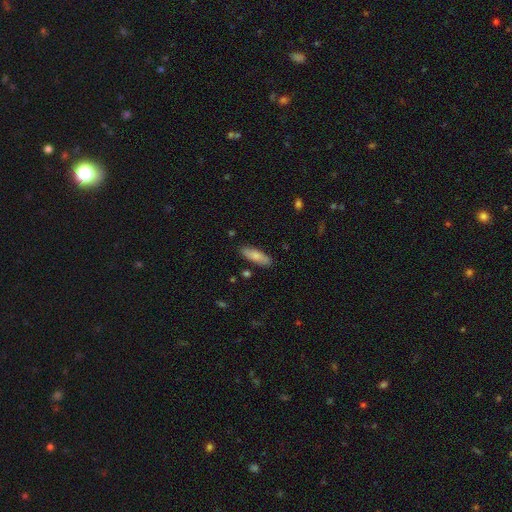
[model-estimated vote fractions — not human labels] A smooth galaxy with no disk features (79%) that is in between round and cigar-shaped (54%).

Vote fractions:
- Smooth or featured? smooth: 79% / featured or disk: 15% / star or artifact: 6%
- How rounded? in between: 54% / cigar-shaped: 45% / round: 2%
- Merging? none: 85% / minor disturbance: 11% / major disturbance: 2% / merger: 2%